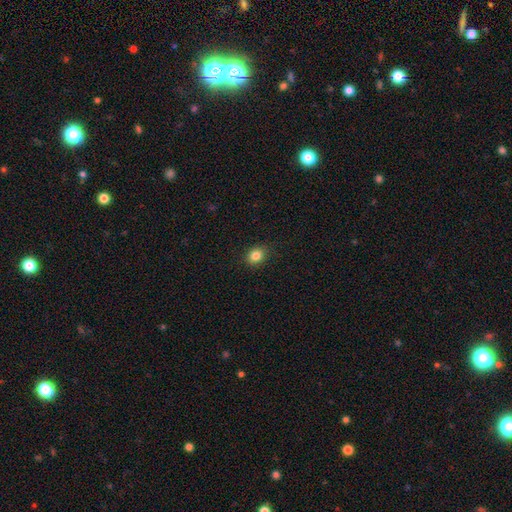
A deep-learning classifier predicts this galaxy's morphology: This appears to be a smooth galaxy with no disk features (84%) that is round (57%). Merging: none (89%).